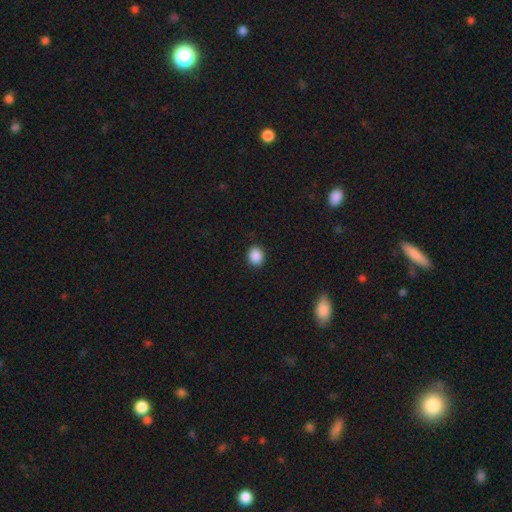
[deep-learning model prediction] The model was most divided on "how rounded": round: 62%, in between: 37%, cigar-shaped: 1%. More confident: merging — none (90%); smooth or featured — smooth (89%).